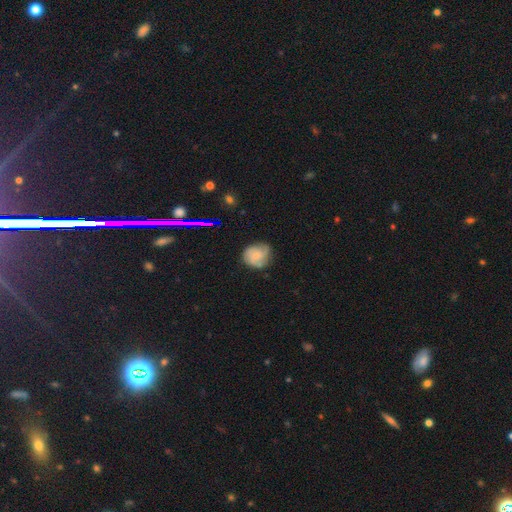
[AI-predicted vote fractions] Smooth or featured?
  - featured or disk: 47% *
  - smooth: 44%
  - star or artifact: 9%
Merging?
  - none: 67% *
  - minor disturbance: 24%
  - major disturbance: 7%
  - merger: 2%